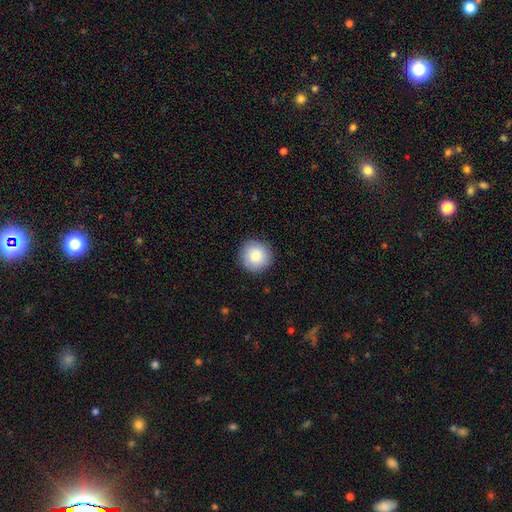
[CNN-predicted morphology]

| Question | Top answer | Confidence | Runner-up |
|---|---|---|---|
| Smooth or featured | smooth | 85% | star or artifact (8%) |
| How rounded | round | 95% | in between (4%) |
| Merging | none | 90% | minor disturbance (7%) |